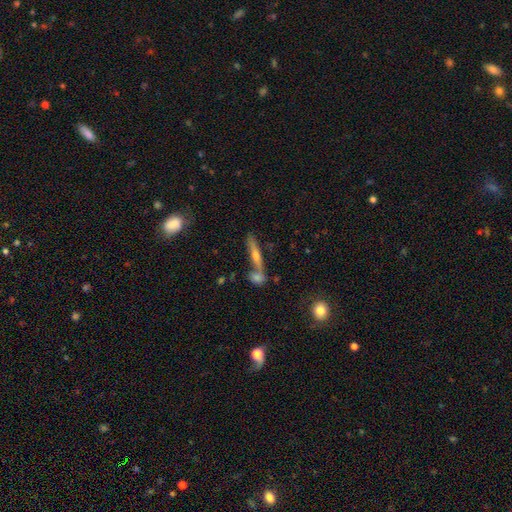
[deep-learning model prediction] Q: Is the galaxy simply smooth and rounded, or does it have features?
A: featured or disk — 57%.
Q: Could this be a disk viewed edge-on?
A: yes — 92%.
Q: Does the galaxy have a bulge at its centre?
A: rounded — 83%.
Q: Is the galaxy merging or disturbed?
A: none — 60%.